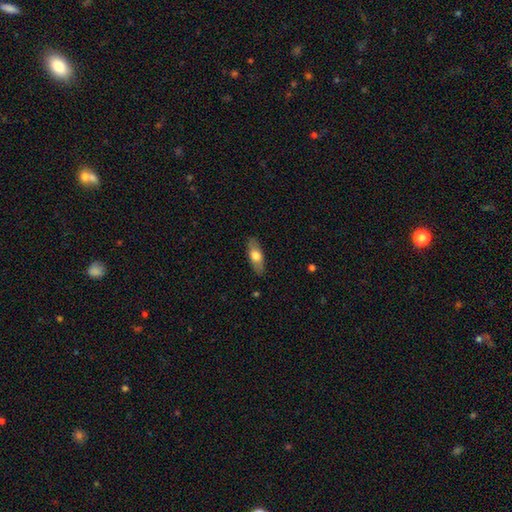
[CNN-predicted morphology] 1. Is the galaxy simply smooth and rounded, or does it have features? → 67% smooth, 27% featured or disk, 6% star or artifact.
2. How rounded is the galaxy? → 73% in between, 24% cigar-shaped, 3% round.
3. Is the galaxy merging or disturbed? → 86% none, 11% minor disturbance, 2% major disturbance, 1% merger.